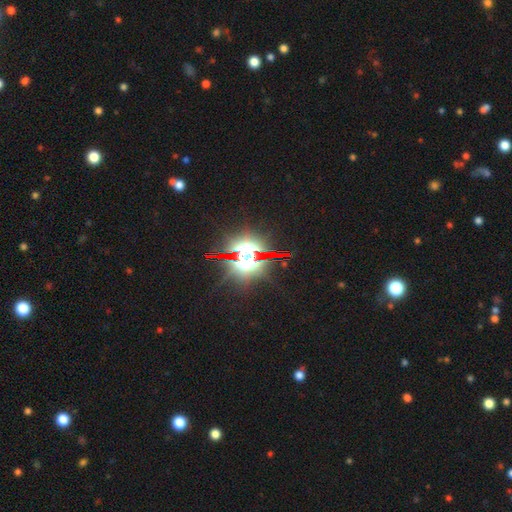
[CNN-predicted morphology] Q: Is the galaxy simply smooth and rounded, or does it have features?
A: star or artifact — 75%.